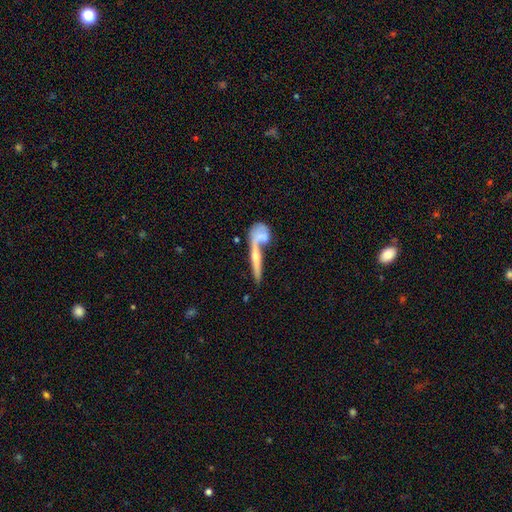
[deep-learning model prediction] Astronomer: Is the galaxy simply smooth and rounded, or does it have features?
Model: smooth — 40% (runner-up: star or artifact, 31%).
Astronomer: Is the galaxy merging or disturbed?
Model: none — 48% (runner-up: merger, 29%).